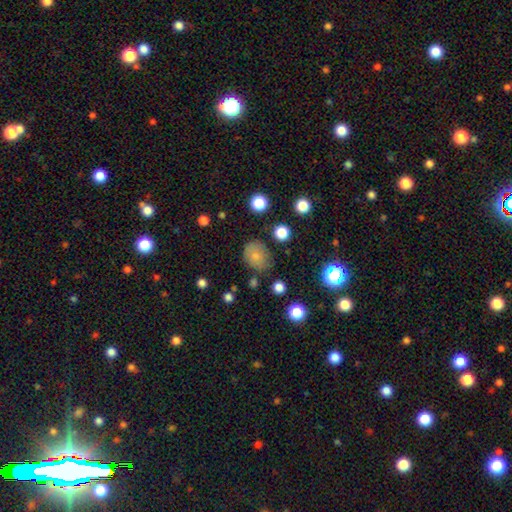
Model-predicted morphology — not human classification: This appears to be a smooth galaxy with no disk features (74%) that is round (55%). Merging: none (66%).